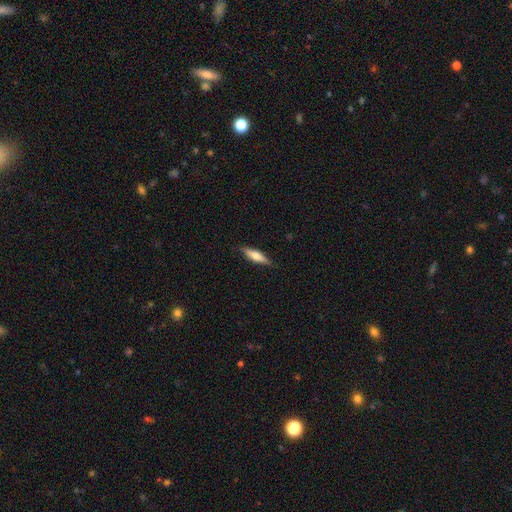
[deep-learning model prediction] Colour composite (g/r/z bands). It shows a smooth galaxy with no disk features (60%) that is cigar-shaped (68%). Merging: none (85%).